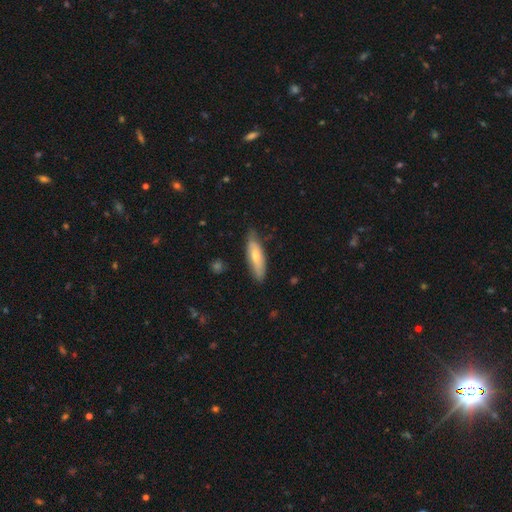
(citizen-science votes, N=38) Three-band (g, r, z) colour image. It shows a smooth galaxy with no disk features (66%) that is cigar-shaped (52%). Merging: none (81%).